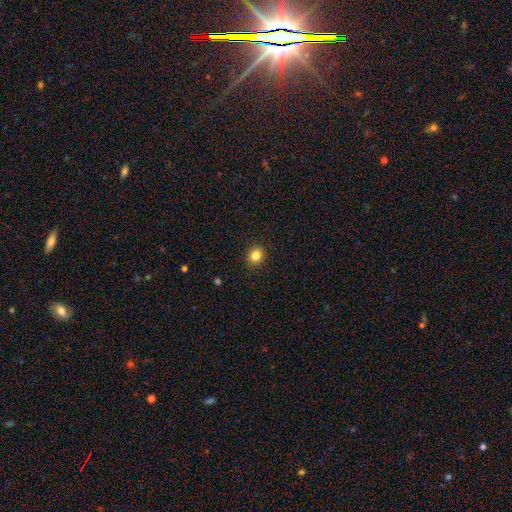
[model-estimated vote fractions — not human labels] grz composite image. It shows a smooth galaxy with no disk features (84%) that is round (84%). Merging: none (91%).